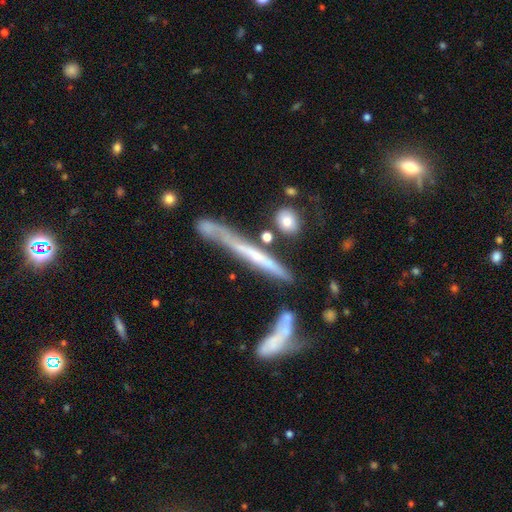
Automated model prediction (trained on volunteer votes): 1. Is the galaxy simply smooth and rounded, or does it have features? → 62% featured or disk, 29% smooth, 9% star or artifact.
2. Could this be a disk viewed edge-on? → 85% yes, 15% no.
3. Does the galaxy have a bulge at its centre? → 71% none, 20% rounded, 9% boxy.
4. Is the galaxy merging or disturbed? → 47% none, 21% minor disturbance, 19% merger, 13% major disturbance.